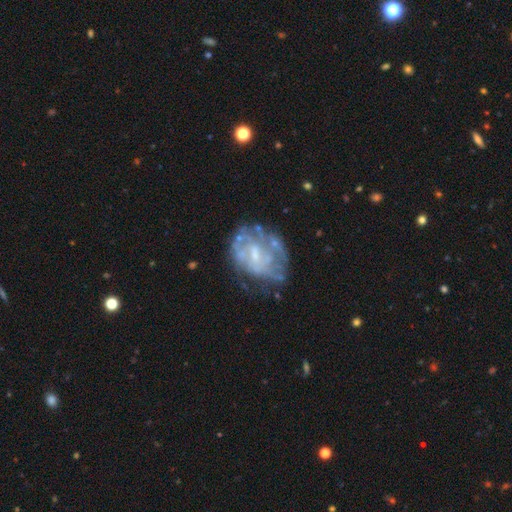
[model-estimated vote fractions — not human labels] Overall: featured or disk (75%). Edge-on disk: no (98%). Bar: no (56%; weak 37%). Spiral arms: no (52%; yes 48%). Bulge size: small (47%; moderate 31%). Merging: none (48%; minor disturbance 26%).